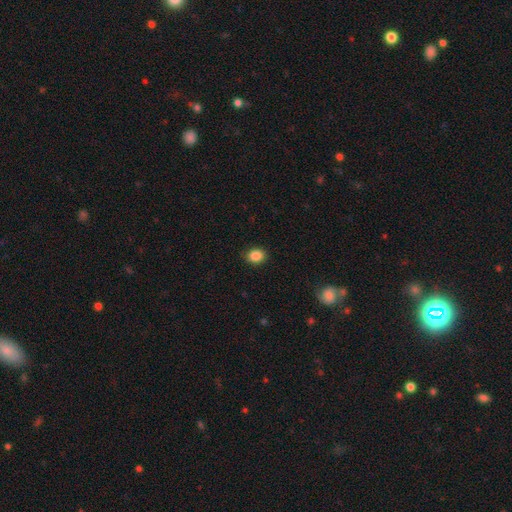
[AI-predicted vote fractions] smooth 87%, star or artifact 9%, featured or disk 3%. Down the decision tree: how rounded — in between (50%); merging — none (88%).